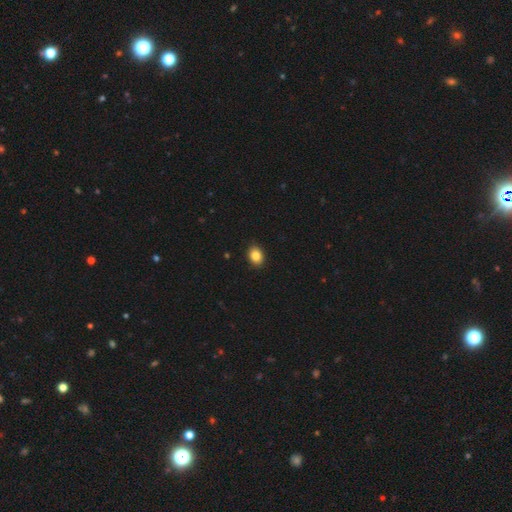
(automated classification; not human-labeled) Smooth or featured? smooth (86%)
How rounded? in between (63%)
Merging? none (90%)